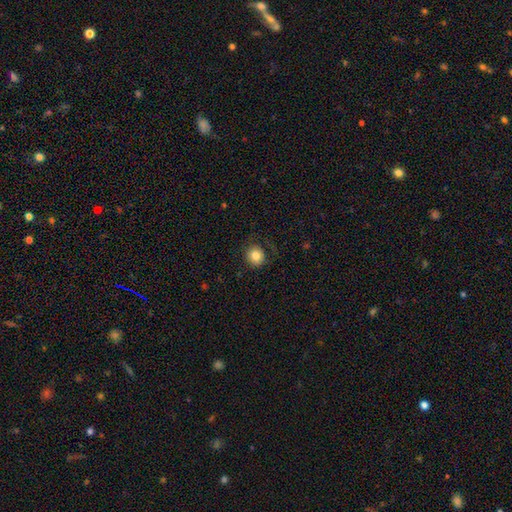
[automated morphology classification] Overall: smooth (82%). How rounded: round (86%). Merging: none (80%).